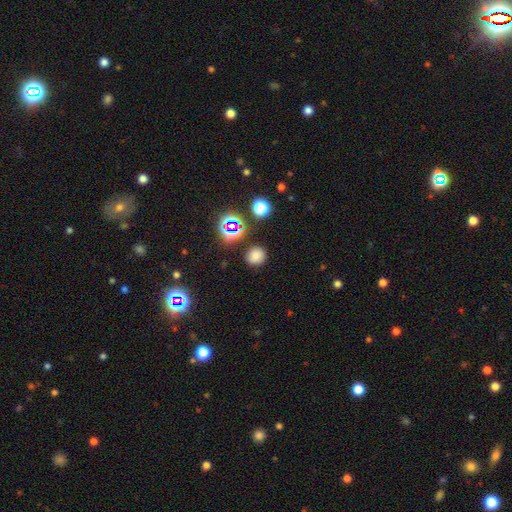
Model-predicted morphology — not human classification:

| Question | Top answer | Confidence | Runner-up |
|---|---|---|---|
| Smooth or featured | smooth | 73% | star or artifact (21%) |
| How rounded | round | 84% | in between (15%) |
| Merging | none | 85% | minor disturbance (9%) |